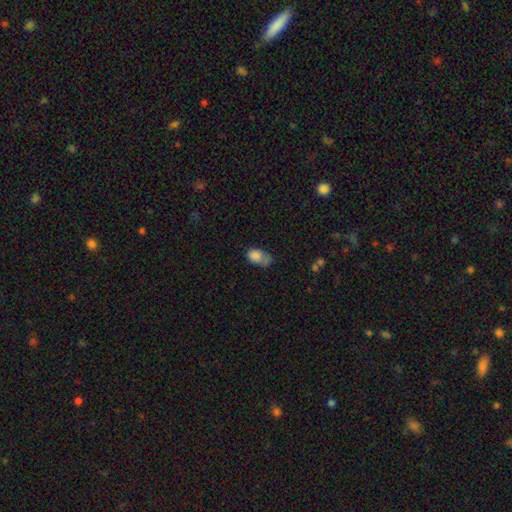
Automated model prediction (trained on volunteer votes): Smooth or featured? smooth (79%)
How rounded? in between (81%)
Merging? minor disturbance (33%)